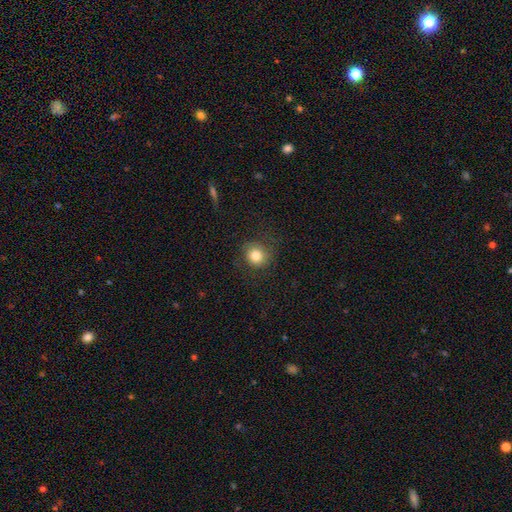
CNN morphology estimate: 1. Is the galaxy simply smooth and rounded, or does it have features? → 82% smooth, 10% star or artifact, 8% featured or disk.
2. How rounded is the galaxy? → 88% round, 11% in between, 1% cigar-shaped.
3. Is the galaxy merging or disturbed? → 80% none, 12% minor disturbance, 7% major disturbance, 1% merger.